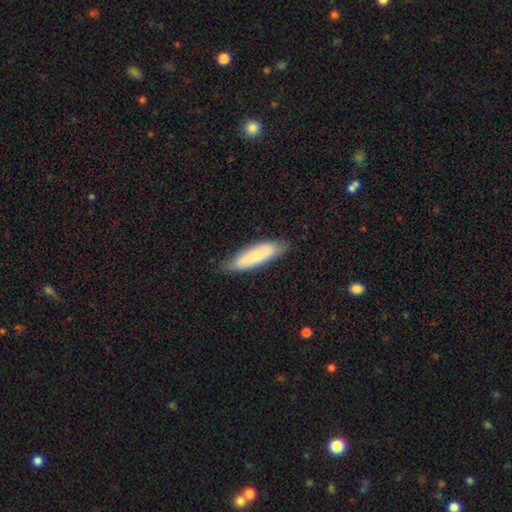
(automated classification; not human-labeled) The model was most divided on "how rounded": cigar-shaped: 62%, in between: 36%, round: 2%. More confident: merging — none (82%); smooth or featured — smooth (71%).